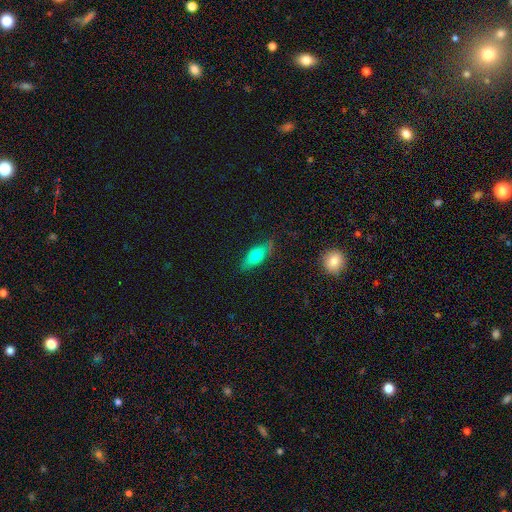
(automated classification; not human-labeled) Morphology: type=smooth (68%); roundness=in between (73%); merging=none (75%).